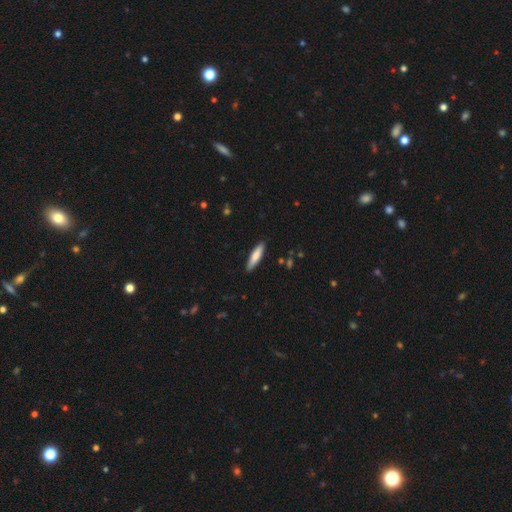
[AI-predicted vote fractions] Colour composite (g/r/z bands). It shows a smooth galaxy with no disk features (76%) that is cigar-shaped (75%). Merging: none (89%).